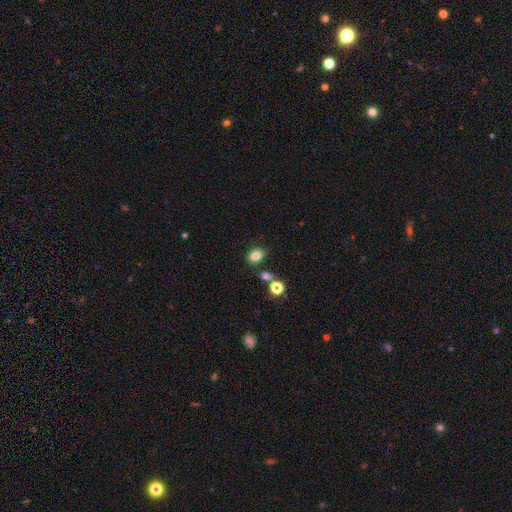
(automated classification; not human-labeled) A smooth galaxy with no disk features (81%) that is in between round and cigar-shaped (61%). Merging: none (75%).